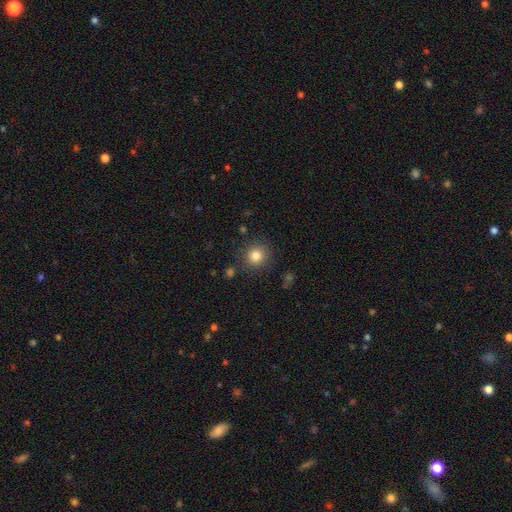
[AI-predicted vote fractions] Smooth or featured? smooth (82%)
How rounded? round (92%)
Merging? none (87%)